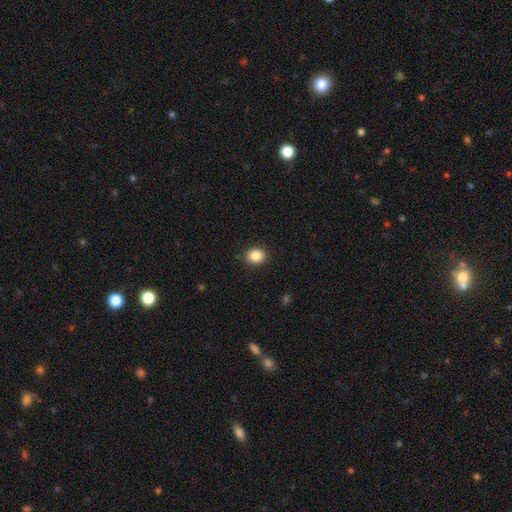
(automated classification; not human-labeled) Morphology: type=smooth (87%); roundness=round (66%); merging=none (89%).